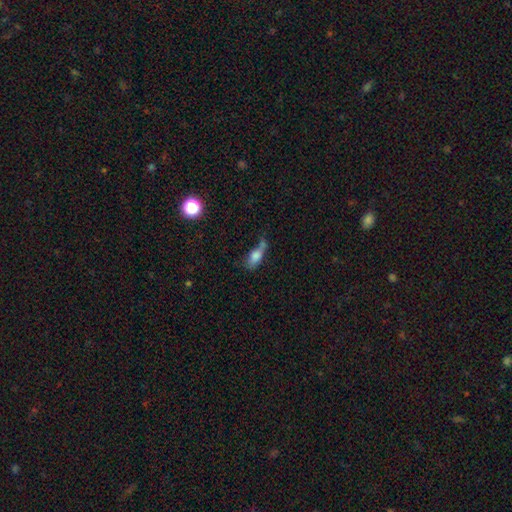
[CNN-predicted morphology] This is likely a smooth galaxy (74%). How rounded: likely in between (75%). Merging: marginally none (33%).